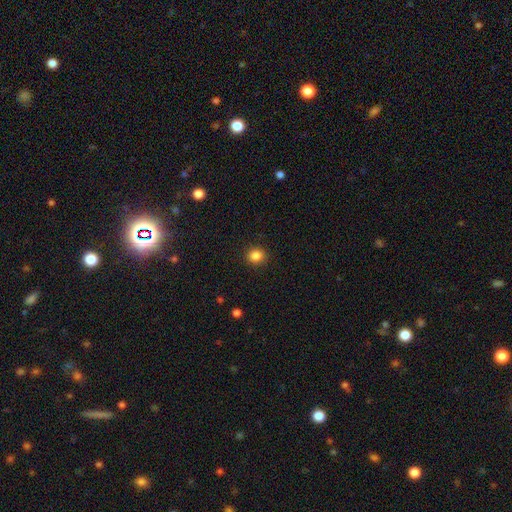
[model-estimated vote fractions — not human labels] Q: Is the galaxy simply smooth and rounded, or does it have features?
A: smooth — 86%.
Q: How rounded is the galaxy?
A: round — 80%.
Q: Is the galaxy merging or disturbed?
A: none — 91%.